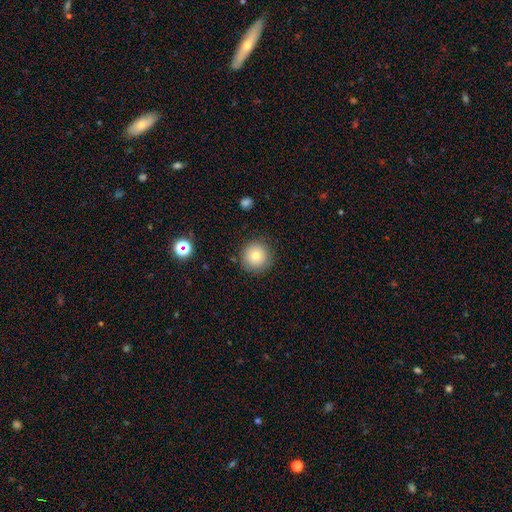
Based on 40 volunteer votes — Q: Smooth or featured?
A: smooth (65%); runner-up: featured or disk (30%)
Q: How rounded?
A: round (100%)
Q: Merging?
A: none (97%); runner-up: merger (3%)